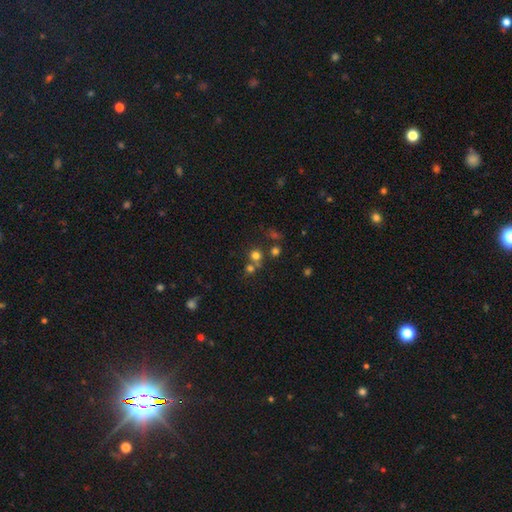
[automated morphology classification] Smooth or featured?
  - smooth: 66% *
  - star or artifact: 24%
  - featured or disk: 10%
How rounded?
  - round: 89% *
  - in between: 10%
  - cigar-shaped: 1%
Merging?
  - none: 59% *
  - merger: 30%
  - minor disturbance: 7%
  - major disturbance: 4%